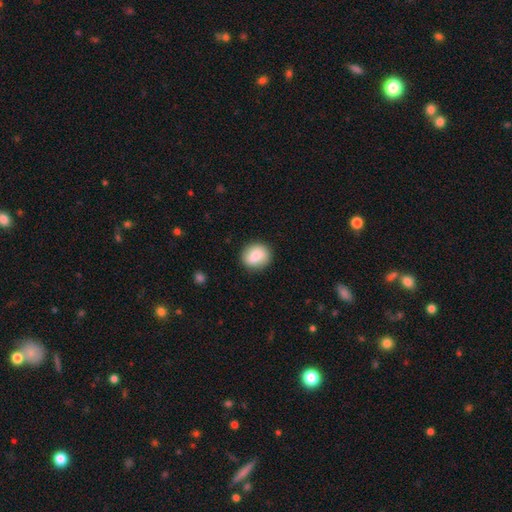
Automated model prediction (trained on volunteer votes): This appears to be a smooth galaxy with no disk features (81%) that is round (75%). Merging: none (87%).